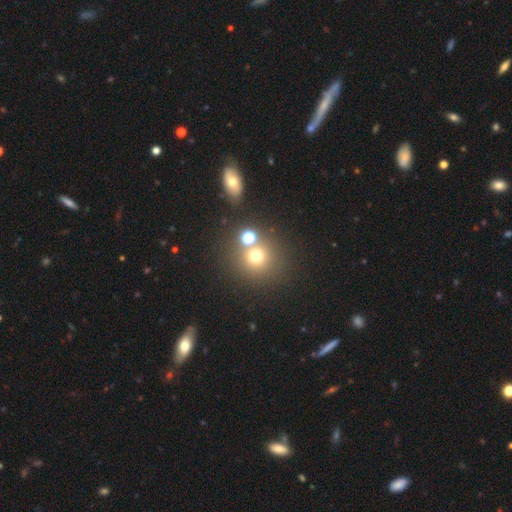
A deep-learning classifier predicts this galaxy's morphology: This is likely a smooth galaxy (68%). How rounded: clearly round (89%). Merging: likely none (65%).